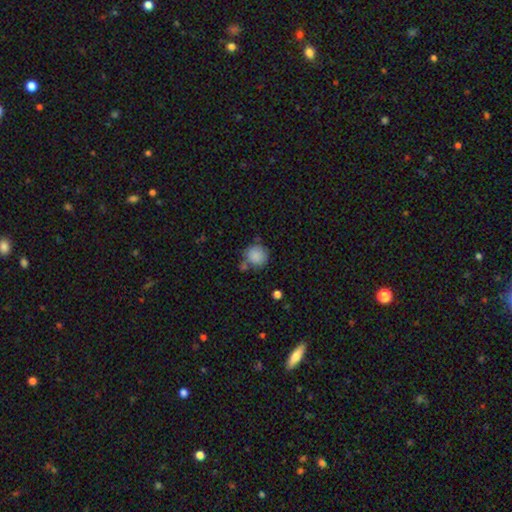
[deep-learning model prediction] This is clearly a smooth galaxy (86%). How rounded: clearly round (90%). Merging: likely none (65%).